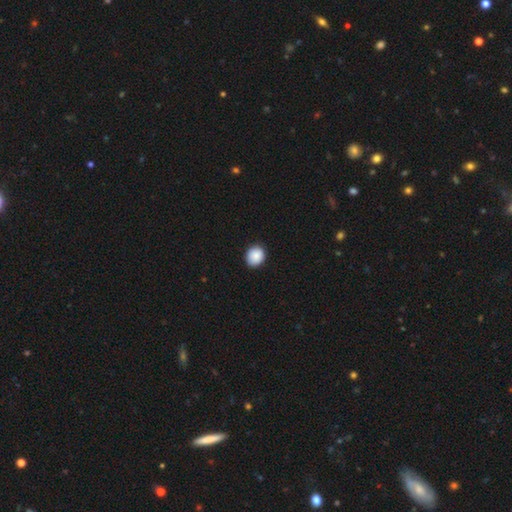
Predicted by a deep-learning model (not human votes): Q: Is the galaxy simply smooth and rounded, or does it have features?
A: smooth — 89%.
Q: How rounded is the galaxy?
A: round — 68%.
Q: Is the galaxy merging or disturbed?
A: none — 87%.